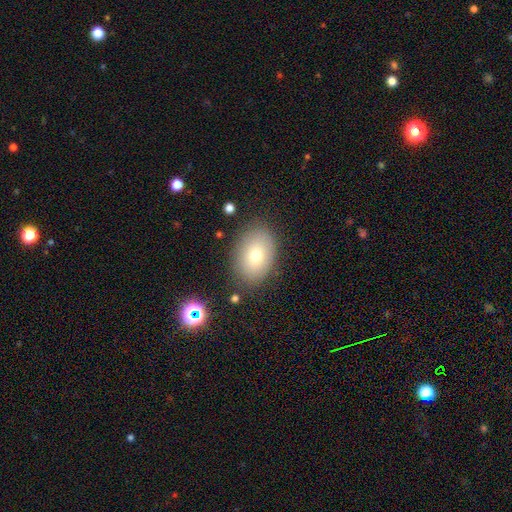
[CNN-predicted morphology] smooth 72%, featured or disk 18%, star or artifact 10%. Down the decision tree: how rounded — in between (82%); merging — none (81%).